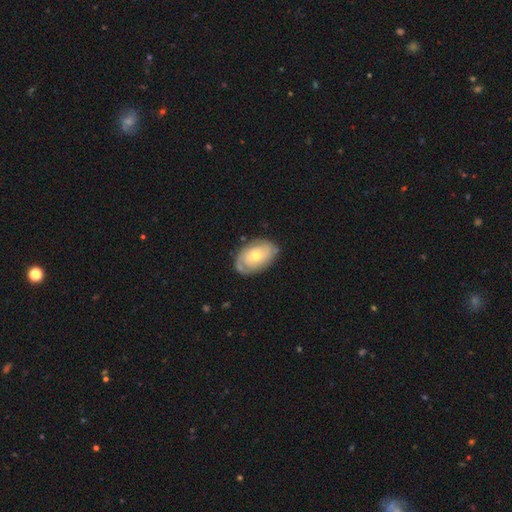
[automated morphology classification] This appears to be a featured or disk galaxy (62%) with no bar (78%), spiral arms (74%) and a moderate central bulge (51%). Merging: none (75%).